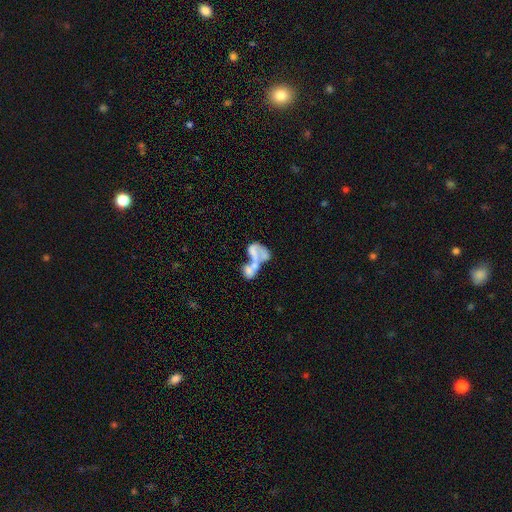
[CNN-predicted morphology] Smooth or featured?
  - featured or disk: 52% *
  - smooth: 37%
  - star or artifact: 11%
Edge-on disk?
  - no: 97% *
  - yes: 3%
Bar?
  - no: 88% *
  - weak: 8%
  - strong: 4%
Spiral arms?
  - no: 87% *
  - yes: 13%
Bulge size?
  - none: 68% *
  - moderate: 13%
  - small: 12%
  - large: 5%
  - dominant: 2%
Merging?
  - merger: 68% *
  - major disturbance: 18%
  - none: 9%
  - minor disturbance: 6%